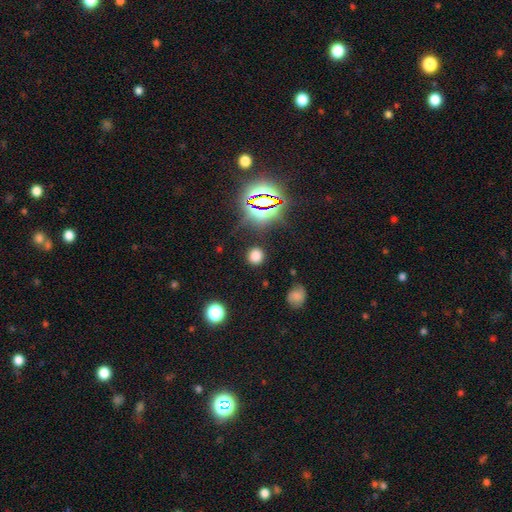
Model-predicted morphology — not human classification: Smooth or featured: smooth — 71% (star or artifact — 23%)
How rounded: round — 85% (in between — 14%)
Merging: none — 86% (minor disturbance — 9%)